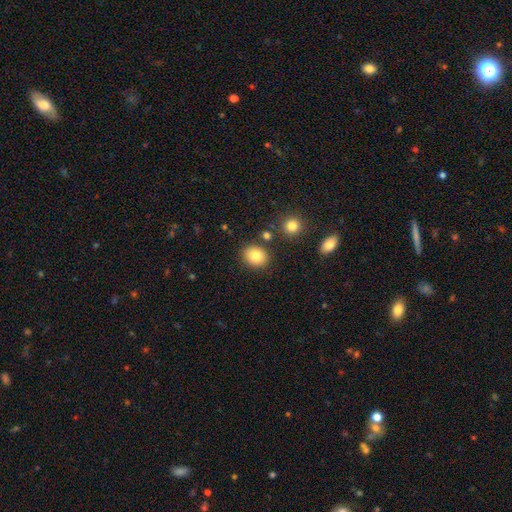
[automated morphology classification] This appears to be a smooth galaxy with no disk features (83%) that is round (57%). Merging: none (84%).